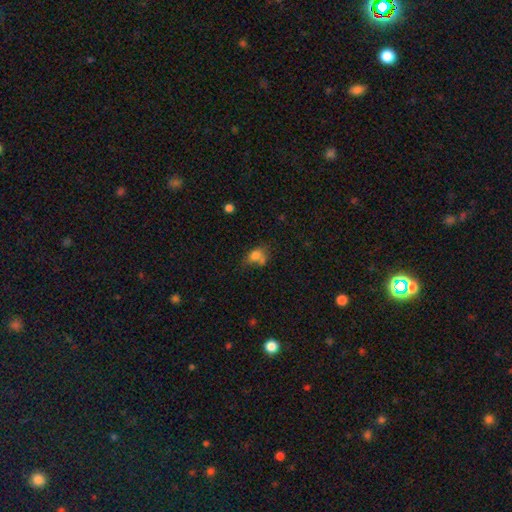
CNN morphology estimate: type=smooth (73%); roundness=in between (66%); merging=none (34%).